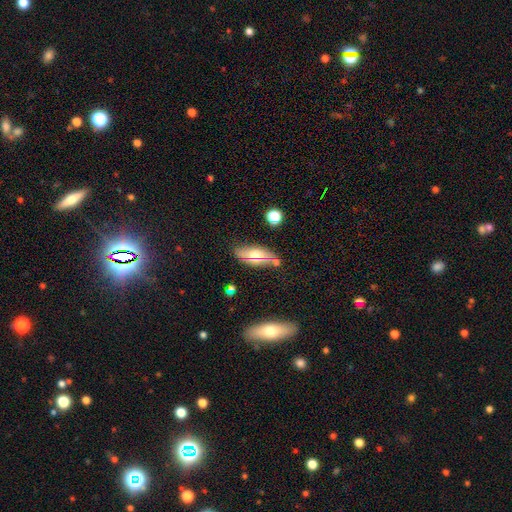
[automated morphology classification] smooth 50%, featured or disk 39%, star or artifact 11%. Down the decision tree: merging — none (70%).